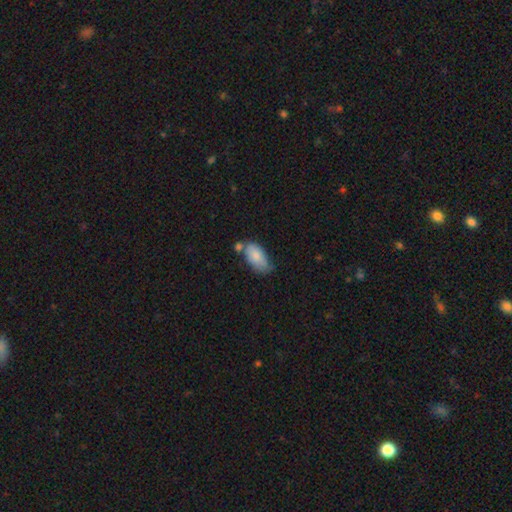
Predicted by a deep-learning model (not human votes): smooth 83%, featured or disk 11%, star or artifact 6%. Down the decision tree: how rounded — in between (94%); merging — none (46%).